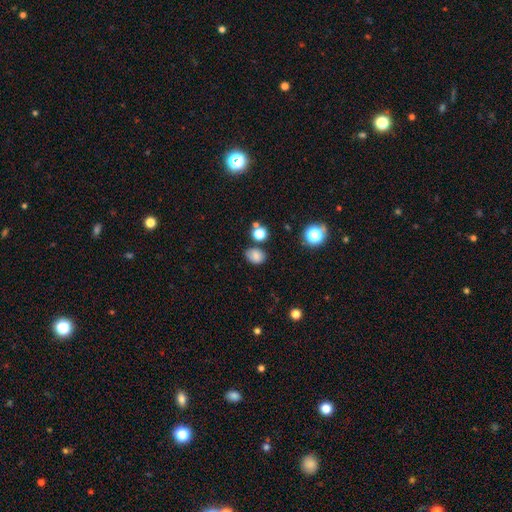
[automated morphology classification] smooth-or-featured: smooth: 79% | star or artifact: 14% | featured or disk: 8%
  how-rounded: in between: 64% | round: 35% | cigar-shaped: 1%
  merging: none: 73% | minor disturbance: 17% | merger: 6% | major disturbance: 4%